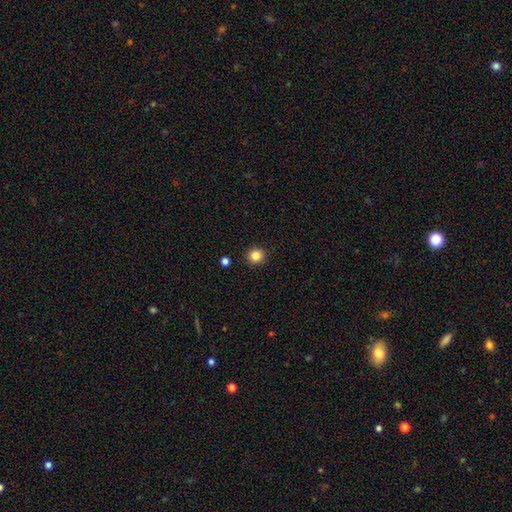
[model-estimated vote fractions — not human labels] smooth-or-featured: smooth: 84% | star or artifact: 11% | featured or disk: 4%
  how-rounded: round: 93% | in between: 6% | cigar-shaped: 1%
  merging: none: 92% | minor disturbance: 5% | major disturbance: 2% | merger: 1%